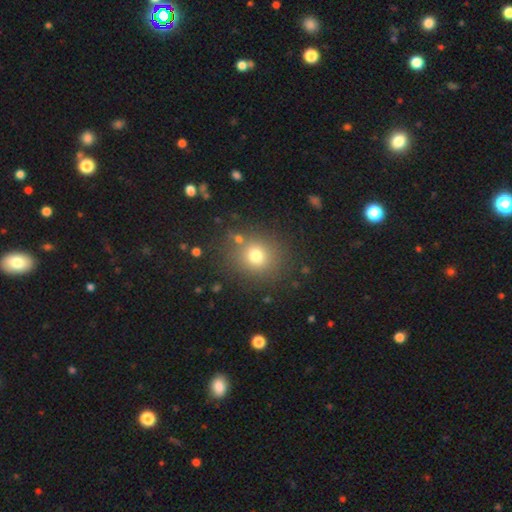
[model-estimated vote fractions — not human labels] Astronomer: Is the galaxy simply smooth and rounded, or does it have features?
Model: smooth — 73%.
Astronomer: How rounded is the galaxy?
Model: round — 82%.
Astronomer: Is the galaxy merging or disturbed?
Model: none — 82%.